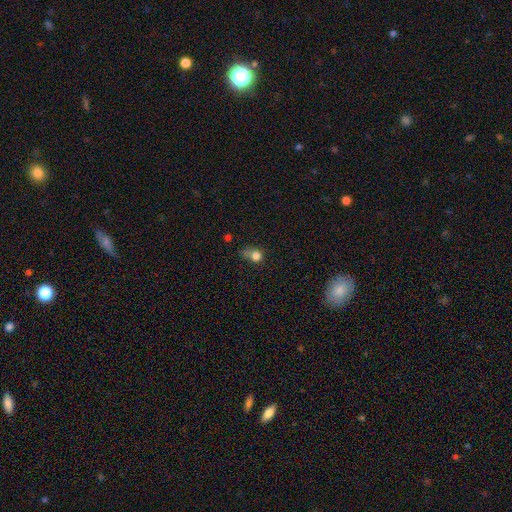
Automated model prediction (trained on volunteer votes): This appears to be a smooth galaxy with no disk features (78%) that is round (71%). Merging: none (36%).